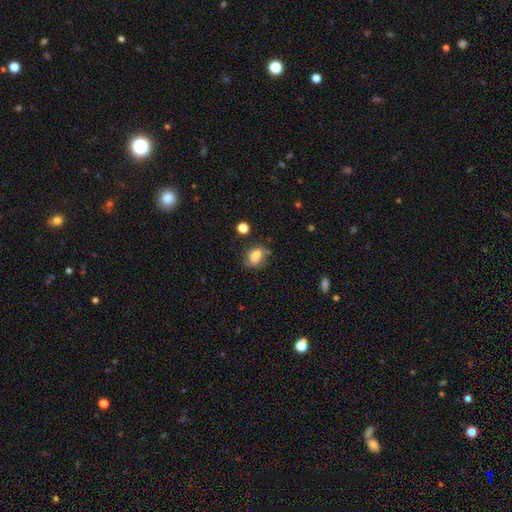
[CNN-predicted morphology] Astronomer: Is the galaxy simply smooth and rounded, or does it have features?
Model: smooth — 74%.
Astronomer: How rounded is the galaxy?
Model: in between — 68%.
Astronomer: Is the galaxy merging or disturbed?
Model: none — 57%.